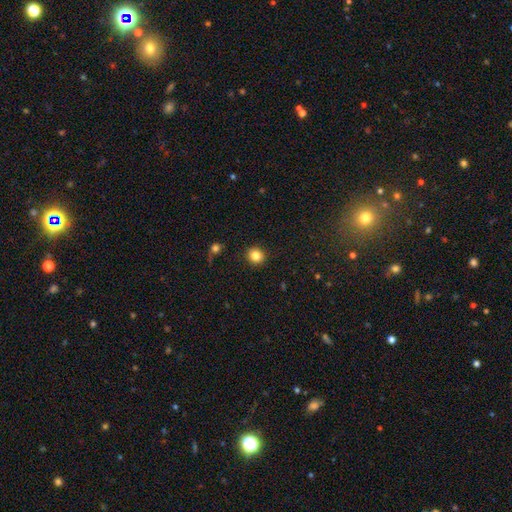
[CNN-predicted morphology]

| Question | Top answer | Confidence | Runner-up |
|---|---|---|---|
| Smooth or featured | smooth | 84% | star or artifact (11%) |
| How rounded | round | 85% | in between (14%) |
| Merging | none | 91% | minor disturbance (6%) |